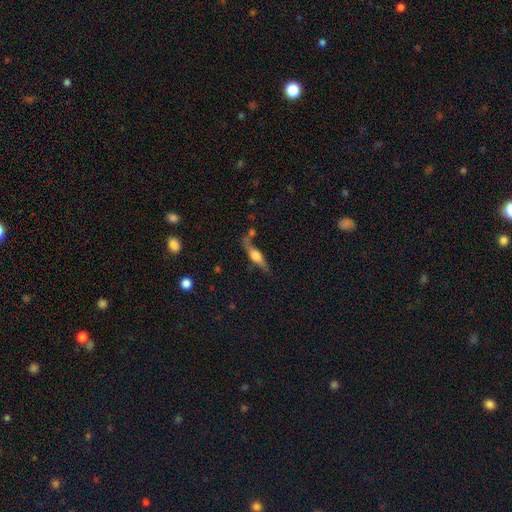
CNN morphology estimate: smooth-or-featured: featured or disk: 52% | smooth: 41% | star or artifact: 7%
  disk-edge-on: yes: 83% | no: 17%
  merging: none: 57% | minor disturbance: 20% | merger: 14% | major disturbance: 9%